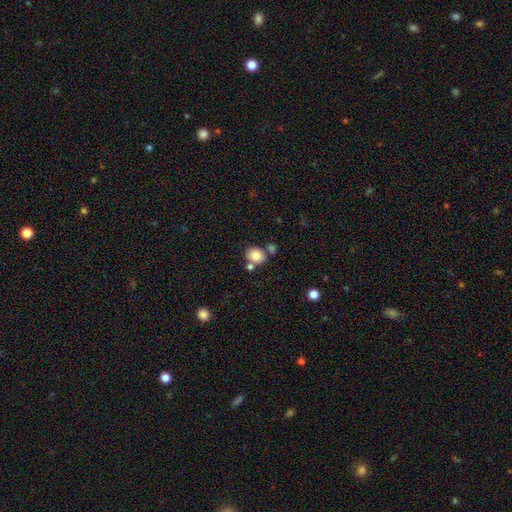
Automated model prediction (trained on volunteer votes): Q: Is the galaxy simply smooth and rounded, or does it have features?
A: smooth — 81%.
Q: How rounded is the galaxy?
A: round — 60%.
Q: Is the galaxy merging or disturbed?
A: none — 65%.